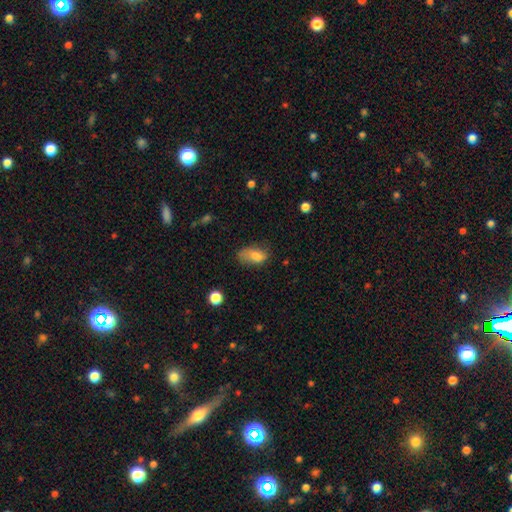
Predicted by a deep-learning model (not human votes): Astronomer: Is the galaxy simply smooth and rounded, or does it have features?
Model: smooth — 77%.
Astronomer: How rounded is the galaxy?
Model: in between — 89%.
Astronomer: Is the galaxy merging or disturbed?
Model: none — 50% (runner-up: minor disturbance, 33%).